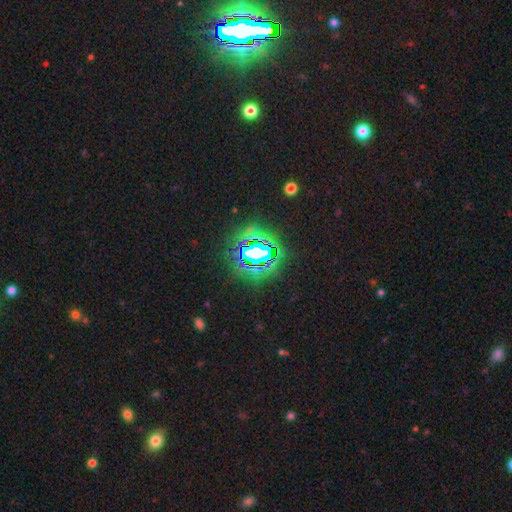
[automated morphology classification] This appears to be a star or artifact, not a galaxy (80%).